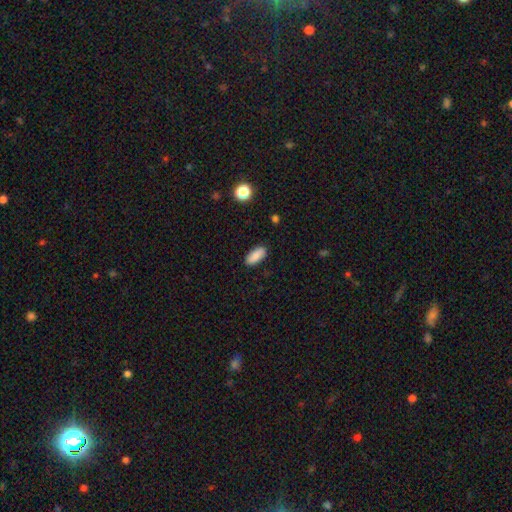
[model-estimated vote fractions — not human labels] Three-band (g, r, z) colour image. It shows a smooth galaxy with no disk features (85%) that is in between round and cigar-shaped (86%). Merging: none (88%).